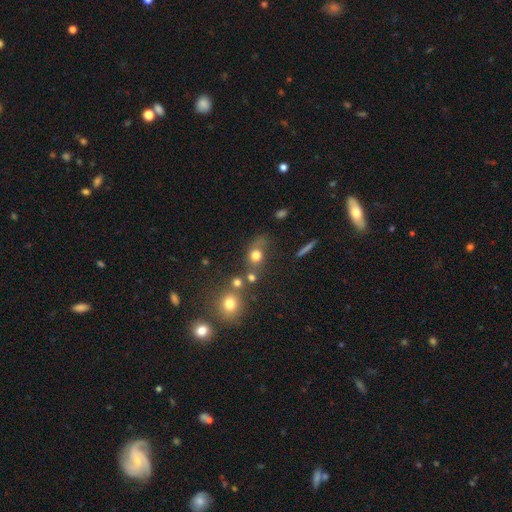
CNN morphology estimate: Smooth or featured?
  - smooth: 72% *
  - star or artifact: 16%
  - featured or disk: 12%
How rounded?
  - round: 67% *
  - in between: 30%
  - cigar-shaped: 3%
Merging?
  - none: 51% *
  - merger: 20%
  - minor disturbance: 17%
  - major disturbance: 12%